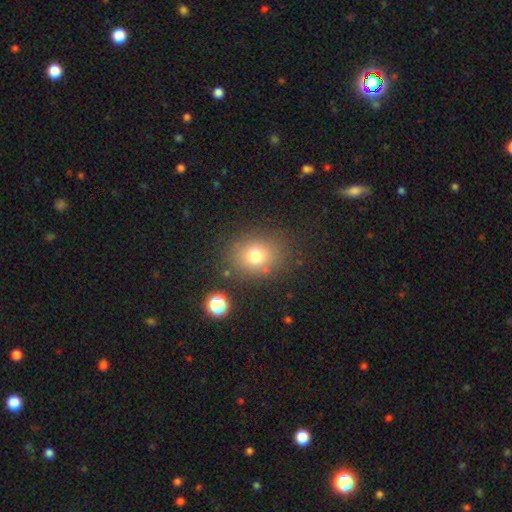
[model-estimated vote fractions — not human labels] Smooth or featured?
  - smooth: 74% *
  - star or artifact: 16%
  - featured or disk: 10%
How rounded?
  - round: 66% *
  - in between: 34%
  - cigar-shaped: 1%
Merging?
  - none: 80% *
  - minor disturbance: 11%
  - major disturbance: 5%
  - merger: 4%